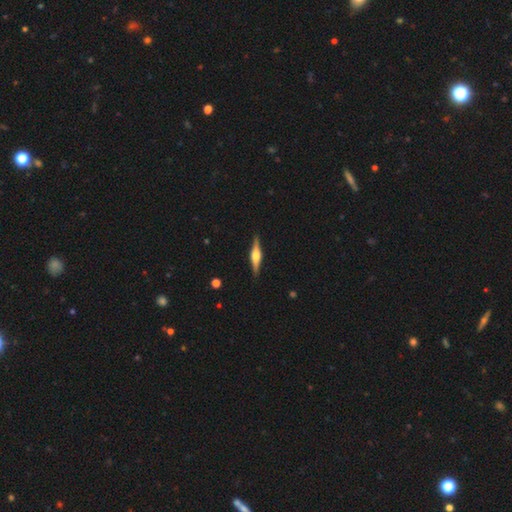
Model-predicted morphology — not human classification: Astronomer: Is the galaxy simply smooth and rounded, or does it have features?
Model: featured or disk — 75%.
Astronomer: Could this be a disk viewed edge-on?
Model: yes — 98%.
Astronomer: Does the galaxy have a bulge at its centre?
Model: rounded — 91%.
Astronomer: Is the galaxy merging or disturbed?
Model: none — 91%.